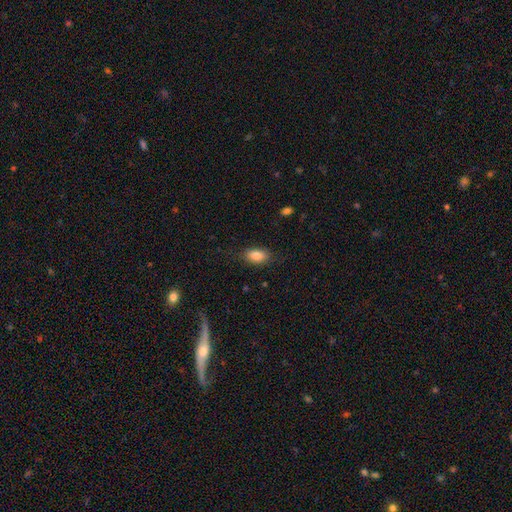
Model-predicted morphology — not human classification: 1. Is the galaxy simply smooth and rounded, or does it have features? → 85% smooth, 8% star or artifact, 8% featured or disk.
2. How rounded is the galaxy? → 88% in between, 8% round, 4% cigar-shaped.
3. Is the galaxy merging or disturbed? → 82% none, 13% minor disturbance, 4% major disturbance, 1% merger.